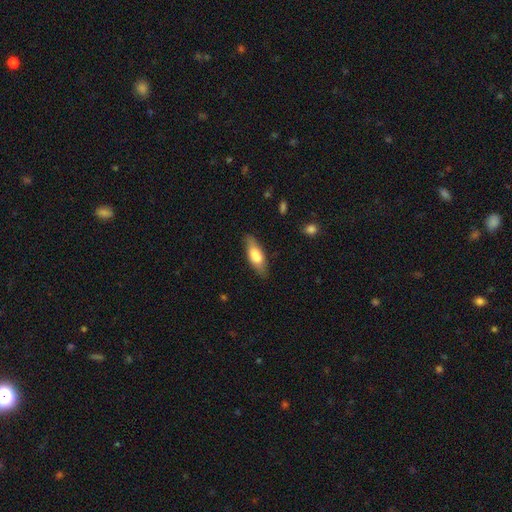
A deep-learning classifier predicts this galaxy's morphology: Smooth or featured? smooth (71%)
How rounded? in between (62%)
Merging? none (78%)